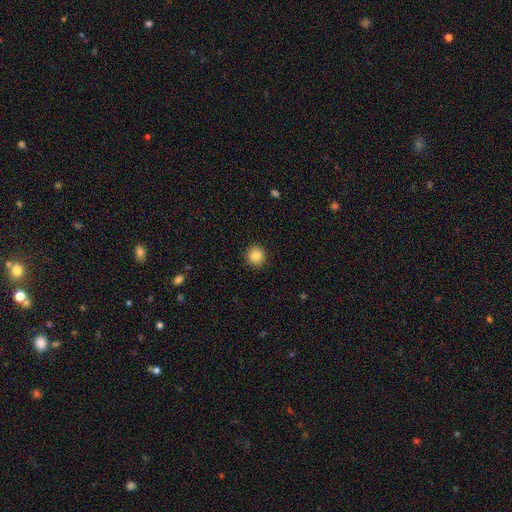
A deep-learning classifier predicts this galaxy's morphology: A smooth galaxy with no disk features (86%) that is round (95%). Merging: none (92%).